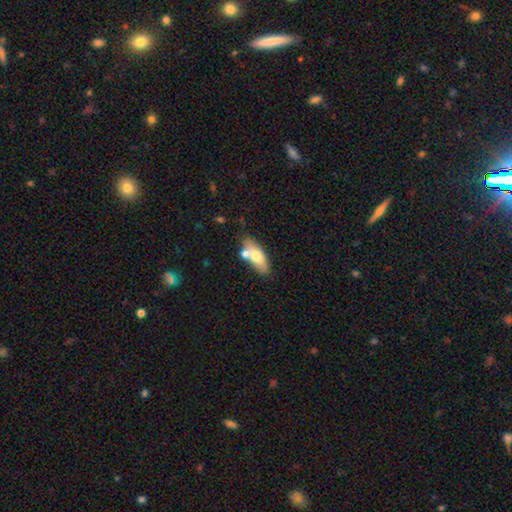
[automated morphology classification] smooth_or_featured: smooth (p=0.65) [alt: featured or disk p=0.29]
how_rounded: in between (p=0.79) [alt: cigar-shaped p=0.17]
merging: none (p=0.61) [alt: merger p=0.20]